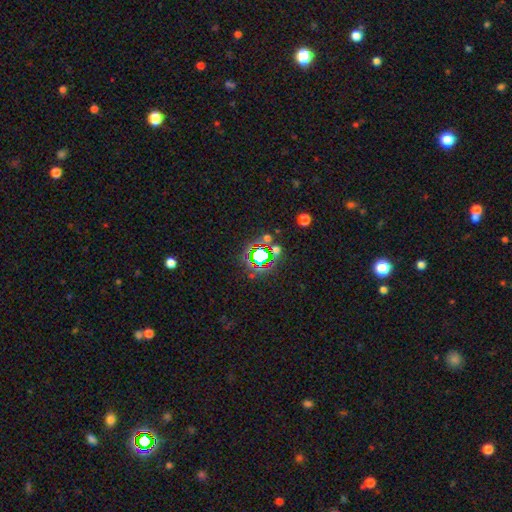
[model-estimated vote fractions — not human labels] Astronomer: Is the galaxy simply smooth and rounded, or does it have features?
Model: star or artifact — 67%.